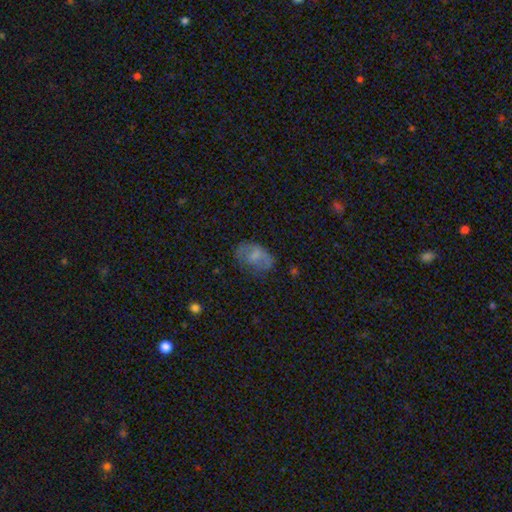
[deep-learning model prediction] A smooth galaxy with no disk features (57%) that is in between round and cigar-shaped (84%). Merging: none (54%).